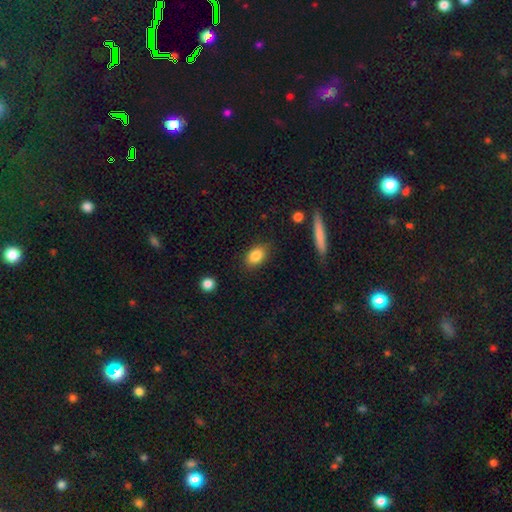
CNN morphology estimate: This is clearly a smooth galaxy (85%). How rounded: clearly in between (81%). Merging: clearly none (83%).